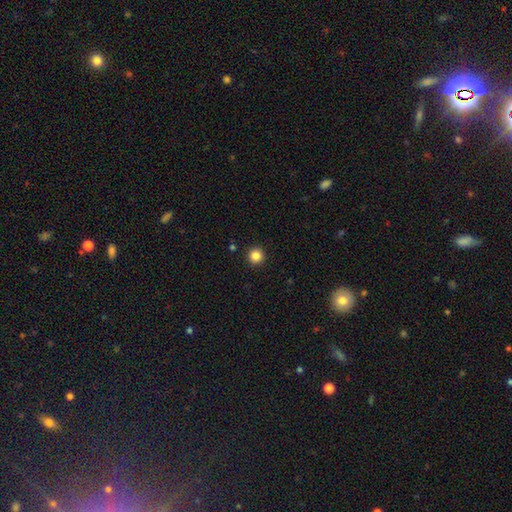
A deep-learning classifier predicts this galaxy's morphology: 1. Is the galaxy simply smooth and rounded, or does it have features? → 85% smooth, 11% star or artifact, 4% featured or disk.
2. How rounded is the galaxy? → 96% round, 3% in between, 1% cigar-shaped.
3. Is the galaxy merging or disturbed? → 93% none, 4% minor disturbance, 1% major disturbance, 1% merger.